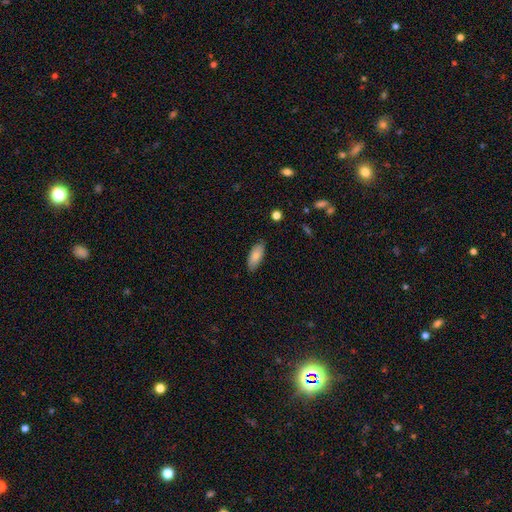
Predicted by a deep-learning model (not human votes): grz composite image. It shows a smooth galaxy with no disk features (80%) that is in between round and cigar-shaped (83%). Merging: none (84%).